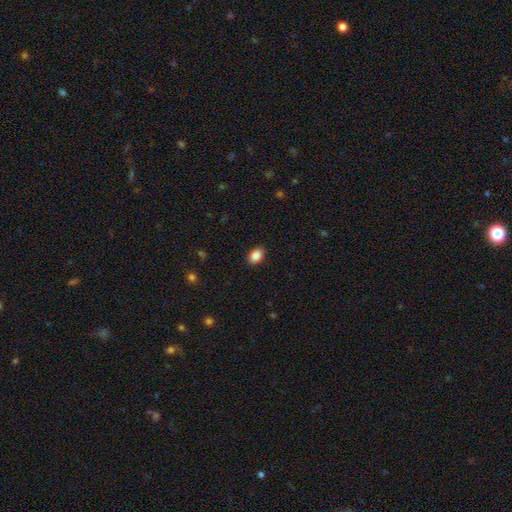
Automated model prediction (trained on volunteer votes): Overall: smooth (87%). How rounded: in between (83%). Merging: none (89%).